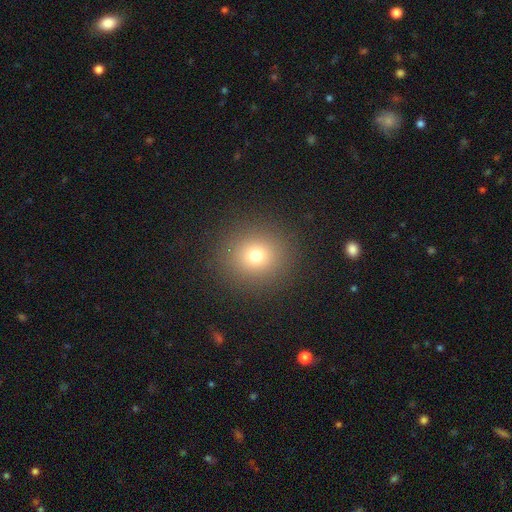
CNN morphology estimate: Smooth or featured? smooth (75%)
How rounded? round (87%)
Merging? none (90%)